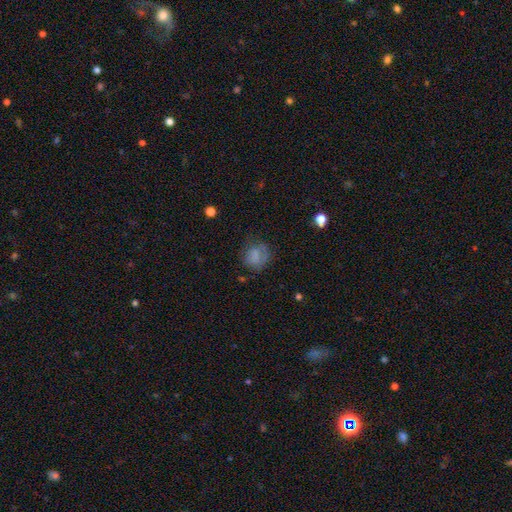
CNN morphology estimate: type=smooth (71%); roundness=round (72%); merging=none (60%).